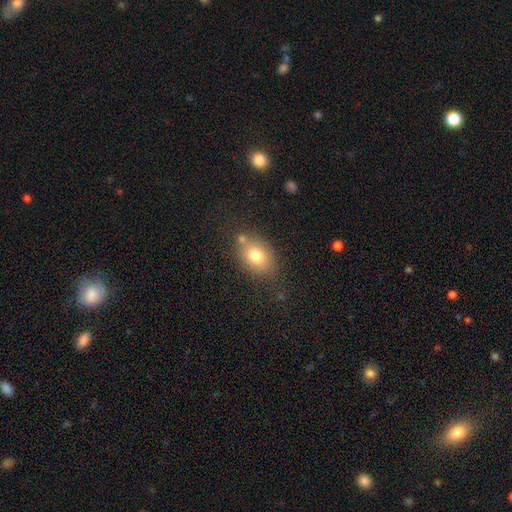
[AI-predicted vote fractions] The model was most divided on "how rounded": in between: 69%, round: 30%, cigar-shaped: 1%. More confident: smooth or featured — smooth (77%); merging — none (69%).